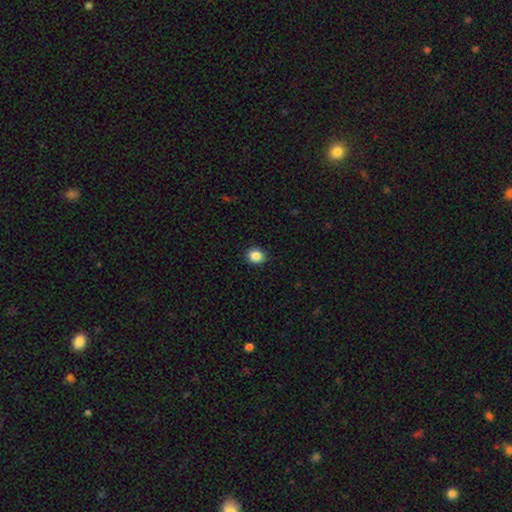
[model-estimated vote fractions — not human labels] The model was most divided on "how rounded": round: 68%, in between: 31%, cigar-shaped: 1%. More confident: merging — none (90%); smooth or featured — smooth (86%).